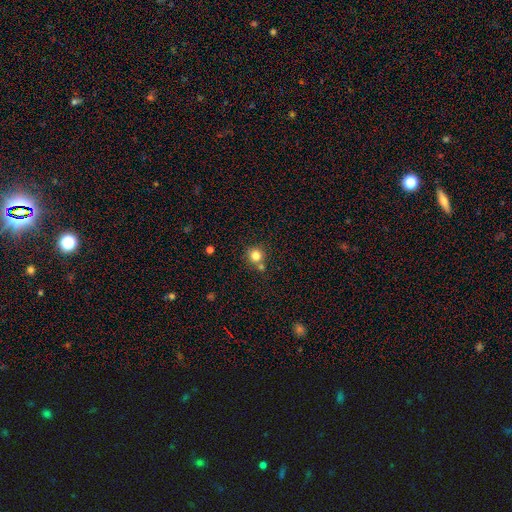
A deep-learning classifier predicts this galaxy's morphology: Q: Smooth or featured?
A: smooth (81%); runner-up: star or artifact (12%)
Q: How rounded?
A: round (92%); runner-up: in between (7%)
Q: Merging?
A: none (69%); runner-up: merger (19%)